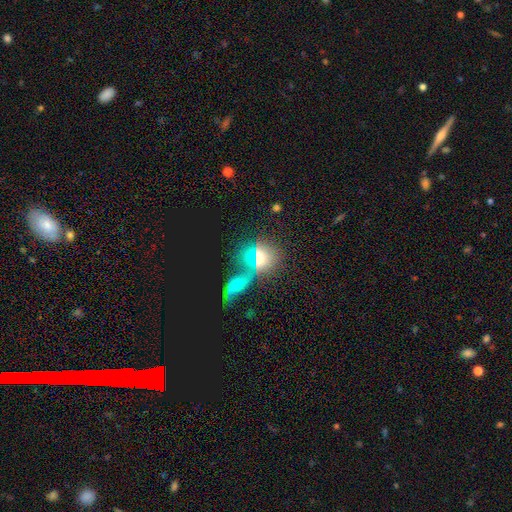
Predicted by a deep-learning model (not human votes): The model was most divided on "merging": none: 46%, merger: 33%, minor disturbance: 12%, major disturbance: 9%. Remaining: smooth or featured — smooth (48%).